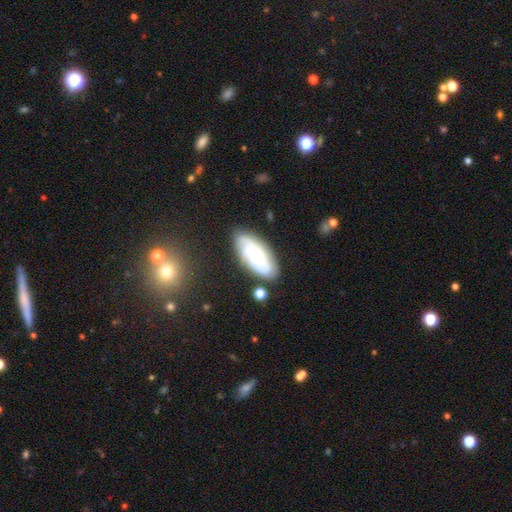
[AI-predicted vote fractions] The model was most divided on "smooth or featured": featured or disk: 53%, smooth: 40%, star or artifact: 7%. More confident: edge-on disk — no (90%); merging — none (77%).